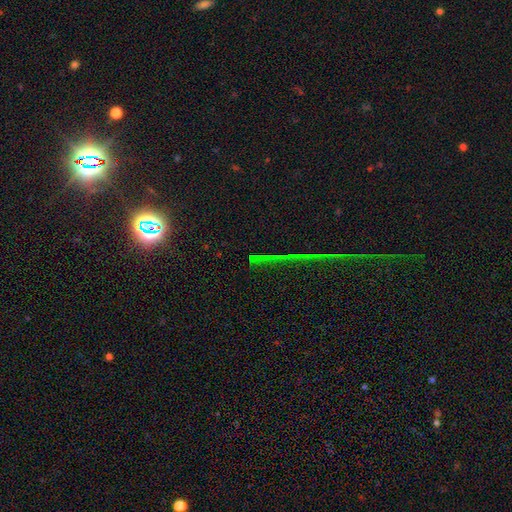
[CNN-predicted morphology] This appears to be a star or artifact, not a galaxy (80%).